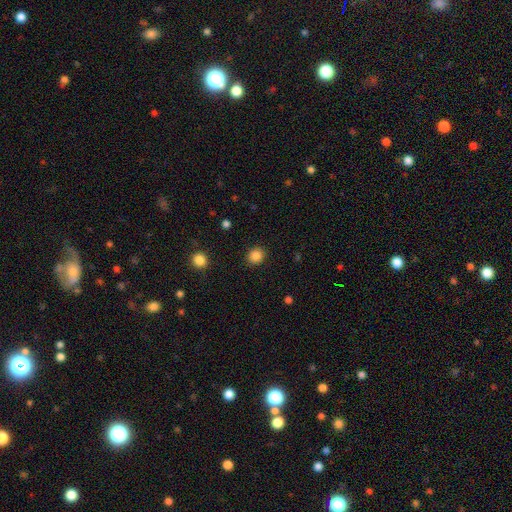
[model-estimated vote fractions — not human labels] smooth-or-featured: smooth: 86% | star or artifact: 10% | featured or disk: 4%
  how-rounded: round: 80% | in between: 19% | cigar-shaped: 1%
  merging: none: 90% | minor disturbance: 7% | major disturbance: 2% | merger: 1%